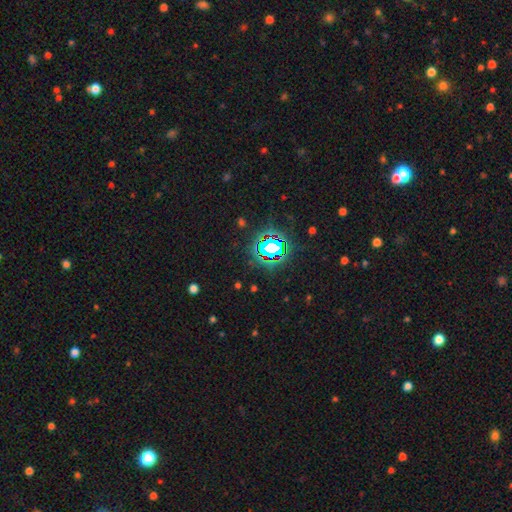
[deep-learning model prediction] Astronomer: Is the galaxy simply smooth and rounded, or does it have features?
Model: star or artifact — 81%.